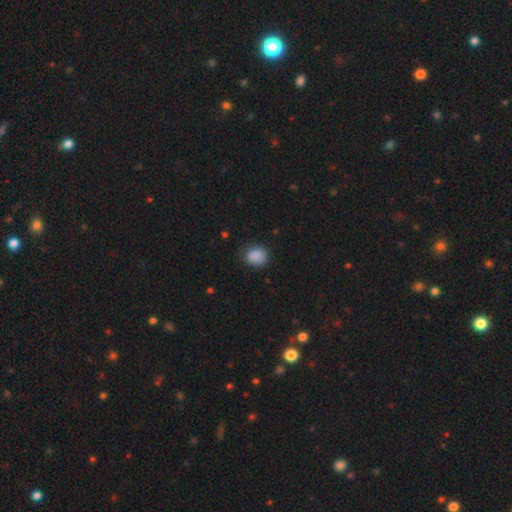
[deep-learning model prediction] Q: Smooth or featured?
A: smooth (87%); runner-up: star or artifact (9%)
Q: How rounded?
A: round (58%); runner-up: in between (41%)
Q: Merging?
A: none (75%); runner-up: minor disturbance (19%)